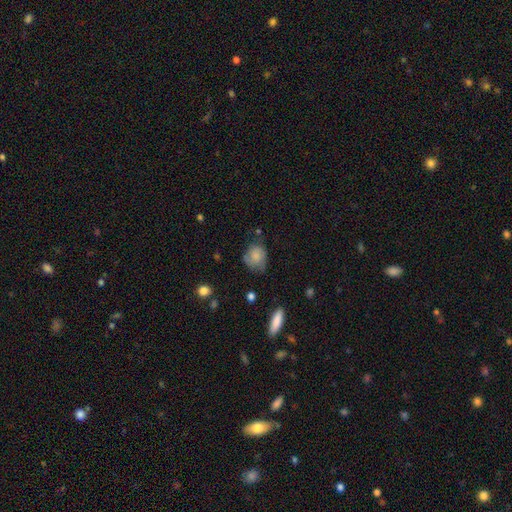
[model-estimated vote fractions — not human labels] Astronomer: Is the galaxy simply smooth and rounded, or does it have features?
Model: smooth — 74%.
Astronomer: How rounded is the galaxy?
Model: round — 55% (runner-up: in between, 44%).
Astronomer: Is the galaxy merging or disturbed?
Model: none — 53% (runner-up: minor disturbance, 32%).